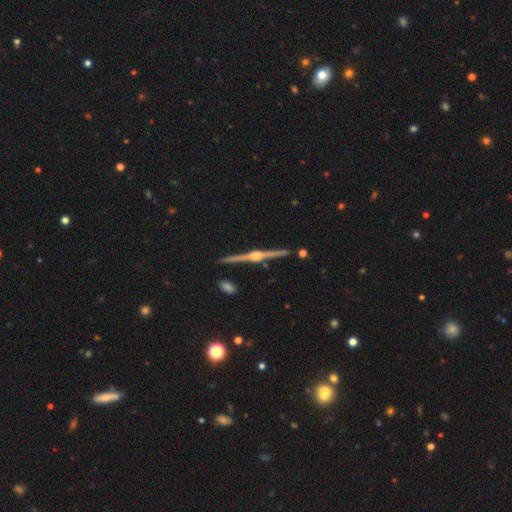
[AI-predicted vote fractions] Morphology: type=featured or disk (90%); edge-on=yes (99%); edge-on bulge=rounded (94%); merging=none (92%).